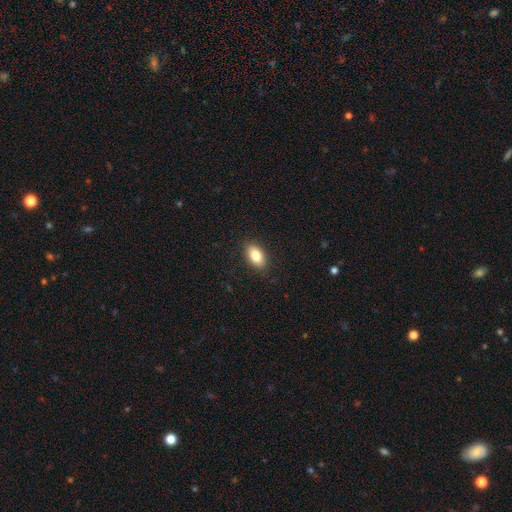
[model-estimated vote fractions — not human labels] Q: Smooth or featured?
A: smooth (83%); runner-up: featured or disk (10%)
Q: How rounded?
A: in between (90%); runner-up: round (7%)
Q: Merging?
A: none (88%); runner-up: minor disturbance (9%)